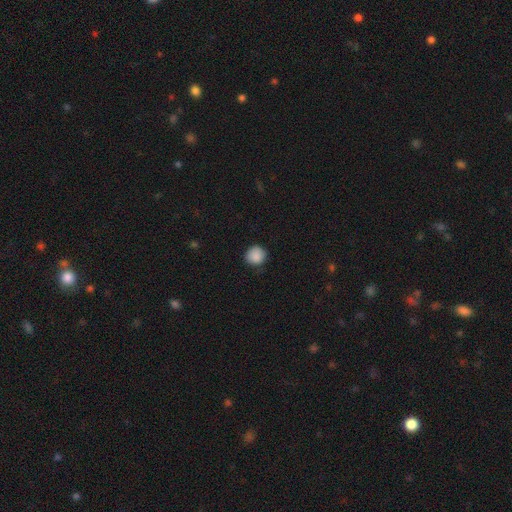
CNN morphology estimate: smooth 88%, star or artifact 9%, featured or disk 4%. Down the decision tree: how rounded — round (90%); merging — none (81%).